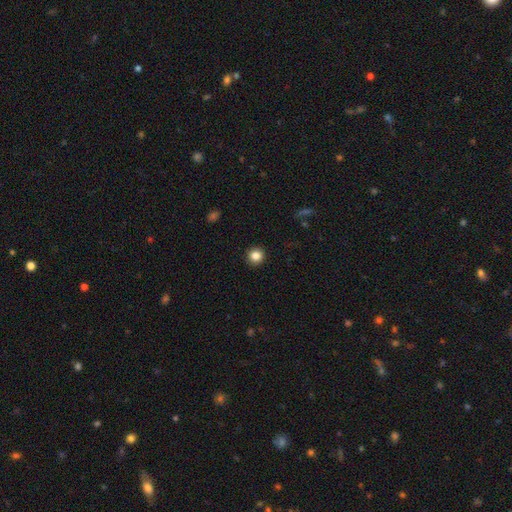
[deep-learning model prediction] Overall: smooth (85%). How rounded: round (94%). Merging: none (93%).